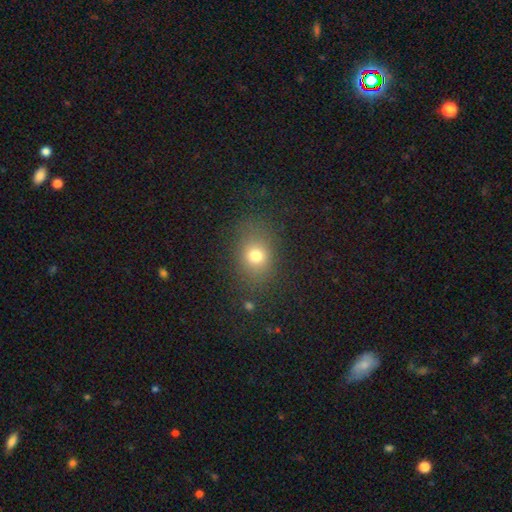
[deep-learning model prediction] The model was most divided on "how rounded": in between: 51%, round: 48%, cigar-shaped: 1%. More confident: merging — none (79%); smooth or featured — smooth (74%).